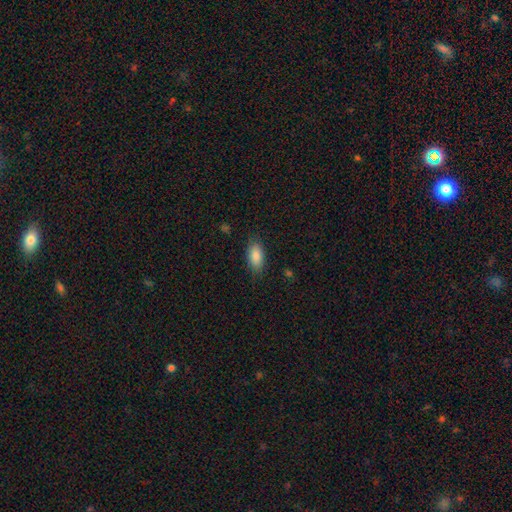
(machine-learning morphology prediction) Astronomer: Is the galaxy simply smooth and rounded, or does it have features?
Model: smooth — 87%.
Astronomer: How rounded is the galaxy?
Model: in between — 91%.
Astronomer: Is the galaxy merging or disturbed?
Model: none — 83%.